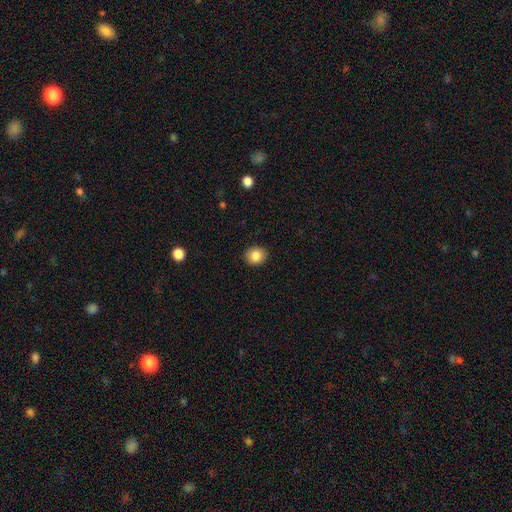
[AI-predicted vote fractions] smooth_or_featured: smooth (p=0.85) [alt: star or artifact p=0.09]
how_rounded: round (p=0.70) [alt: in between p=0.29]
merging: none (p=0.91) [alt: minor disturbance p=0.06]